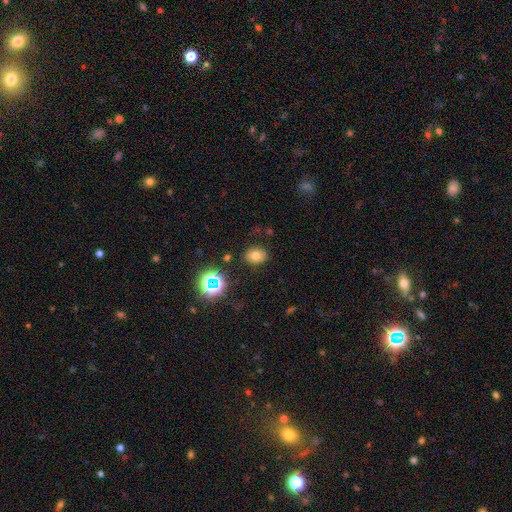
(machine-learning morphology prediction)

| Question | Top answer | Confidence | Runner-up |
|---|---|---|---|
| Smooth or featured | smooth | 71% | star or artifact (18%) |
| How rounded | in between | 54% | round (45%) |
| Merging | none | 84% | minor disturbance (11%) |